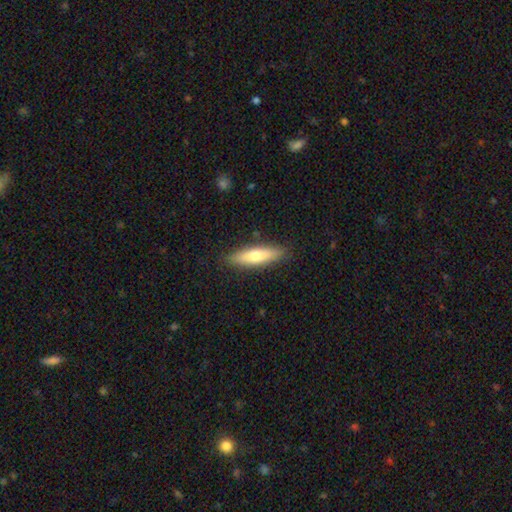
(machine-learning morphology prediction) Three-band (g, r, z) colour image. It shows a smooth galaxy with no disk features (62%) that is cigar-shaped (70%). Merging: none (89%).